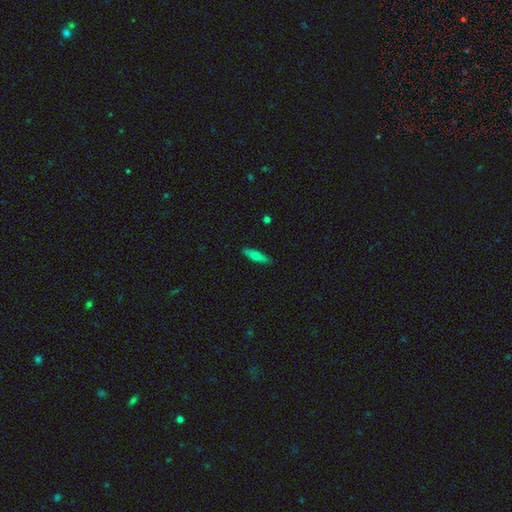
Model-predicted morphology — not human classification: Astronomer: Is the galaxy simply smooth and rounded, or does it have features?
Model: smooth — 63%.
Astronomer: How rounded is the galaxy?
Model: cigar-shaped — 75%.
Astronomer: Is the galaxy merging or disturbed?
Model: none — 88%.